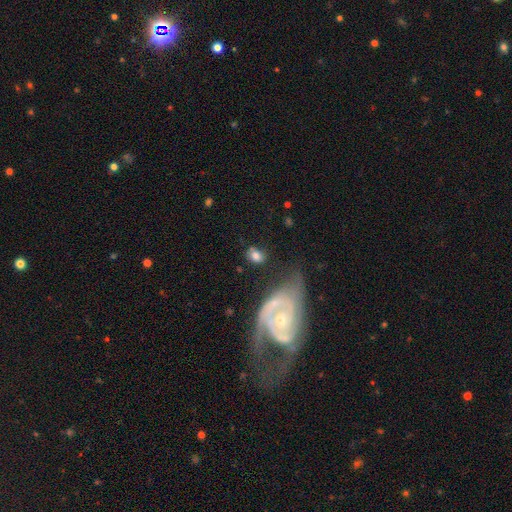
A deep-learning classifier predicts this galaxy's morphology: A smooth galaxy with no disk features (69%) that is in between round and cigar-shaped (59%).

Vote fractions:
- Smooth or featured? smooth: 69% / featured or disk: 22% / star or artifact: 9%
- How rounded? in between: 59% / round: 39% / cigar-shaped: 2%
- Merging? none: 60% / minor disturbance: 19% / major disturbance: 10% / merger: 10%